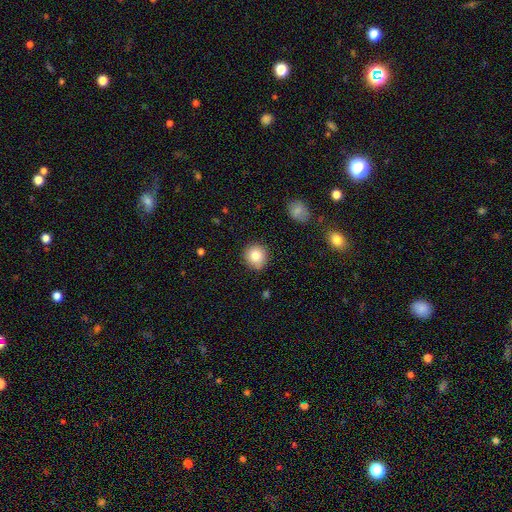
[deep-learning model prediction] Smooth or featured?
  - smooth: 82% *
  - star or artifact: 9%
  - featured or disk: 9%
How rounded?
  - round: 92% *
  - in between: 7%
  - cigar-shaped: 1%
Merging?
  - none: 88% *
  - minor disturbance: 8%
  - major disturbance: 2%
  - merger: 1%